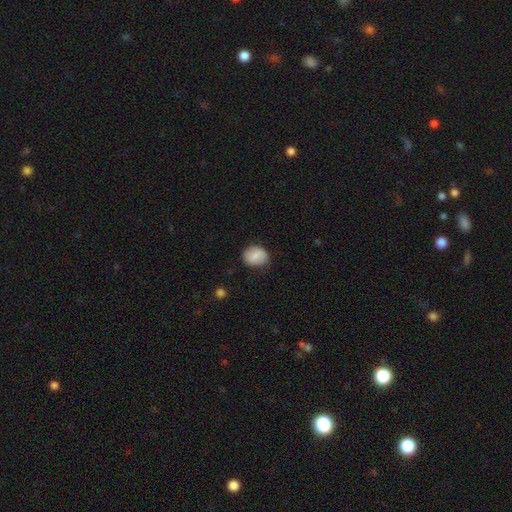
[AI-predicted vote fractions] smooth 80%, featured or disk 13%, star or artifact 7%. Down the decision tree: how rounded — round (58%); merging — none (77%).